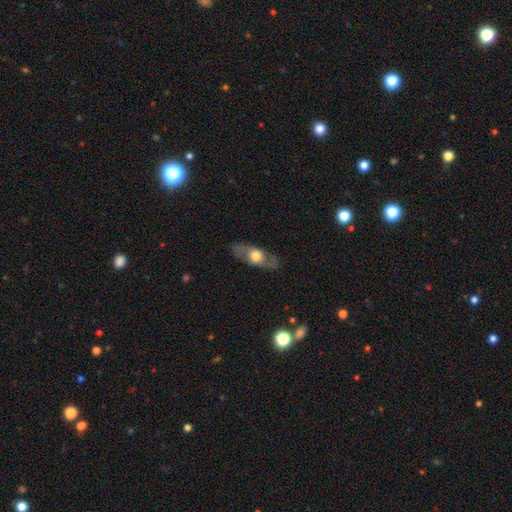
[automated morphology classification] Smooth or featured?
  - featured or disk: 52% *
  - smooth: 42%
  - star or artifact: 5%
Edge-on disk?
  - no: 65% *
  - yes: 35%
Merging?
  - none: 83% *
  - minor disturbance: 12%
  - major disturbance: 4%
  - merger: 1%